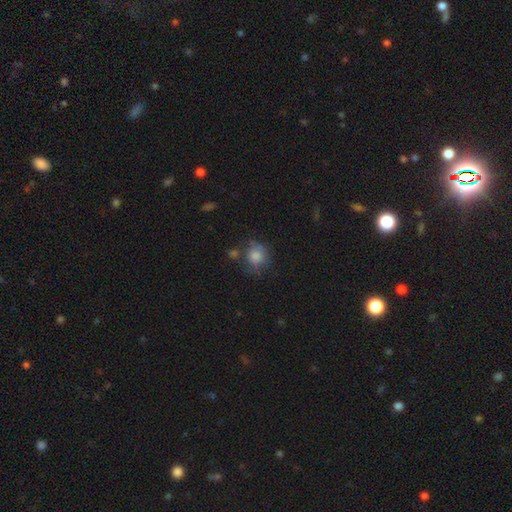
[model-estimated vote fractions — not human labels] A smooth galaxy with no disk features (71%) that is round (79%). Merging: none (56%).